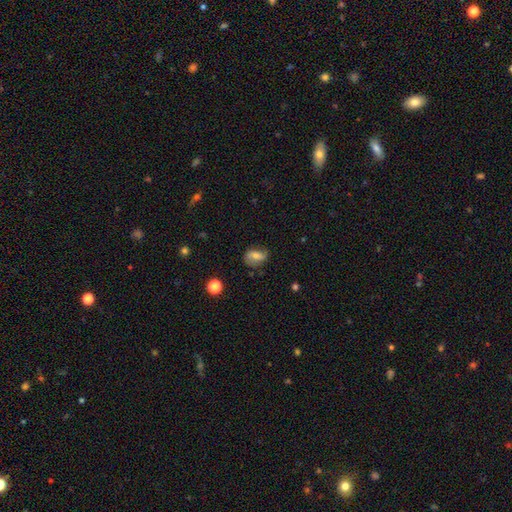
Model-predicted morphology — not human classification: This appears to be a smooth galaxy with no disk features (48%). Merging: none (70%).